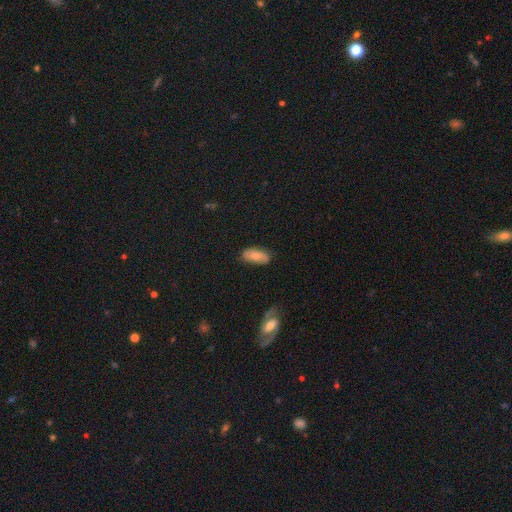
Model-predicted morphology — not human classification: Smooth or featured? smooth (76%)
How rounded? in between (86%)
Merging? none (75%)